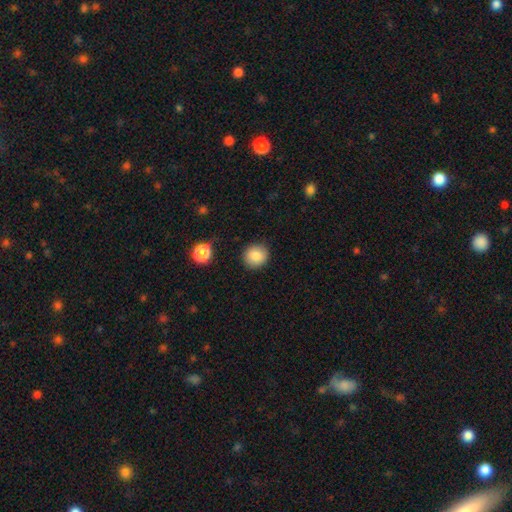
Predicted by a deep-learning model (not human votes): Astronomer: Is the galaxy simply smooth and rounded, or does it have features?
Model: smooth — 85%.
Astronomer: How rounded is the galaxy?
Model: round — 90%.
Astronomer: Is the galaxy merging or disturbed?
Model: none — 89%.